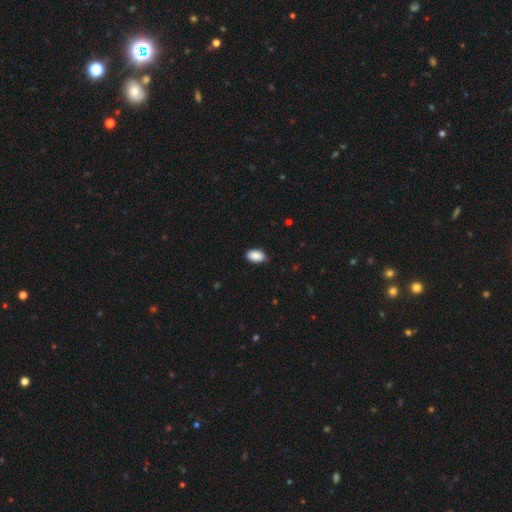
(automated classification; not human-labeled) Q: Smooth or featured?
A: smooth (90%); runner-up: star or artifact (7%)
Q: How rounded?
A: in between (94%); runner-up: round (5%)
Q: Merging?
A: none (83%); runner-up: minor disturbance (14%)